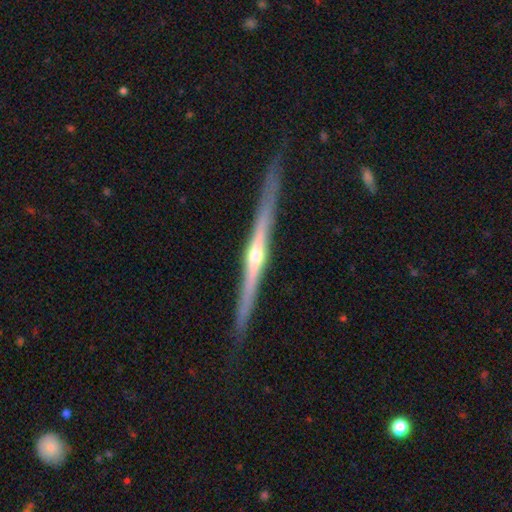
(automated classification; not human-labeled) Q: Smooth or featured?
A: featured or disk (82%); runner-up: smooth (13%)
Q: Edge-on disk?
A: yes (98%); runner-up: no (2%)
Q: Edge-on bulge?
A: rounded (83%); runner-up: none (13%)
Q: Merging?
A: none (86%); runner-up: minor disturbance (11%)